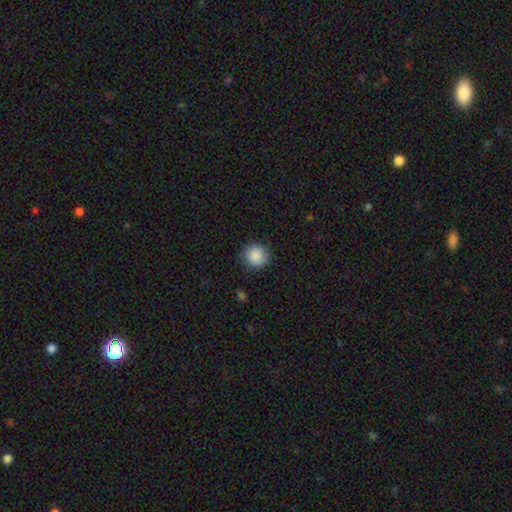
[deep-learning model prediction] smooth_or_featured: smooth (p=0.88) [alt: star or artifact p=0.08]
how_rounded: round (p=0.92) [alt: in between p=0.08]
merging: none (p=0.85) [alt: minor disturbance p=0.11]